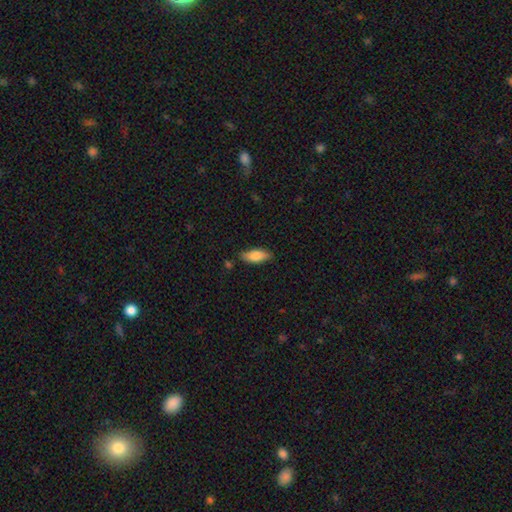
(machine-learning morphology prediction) type=smooth (80%); roundness=in between (73%); merging=none (83%).